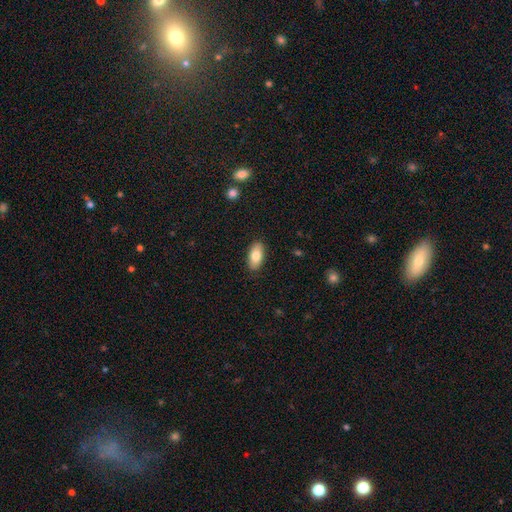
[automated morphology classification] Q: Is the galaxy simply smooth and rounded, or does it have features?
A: smooth — 81%.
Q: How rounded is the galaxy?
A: in between — 92%.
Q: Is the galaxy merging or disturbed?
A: none — 88%.